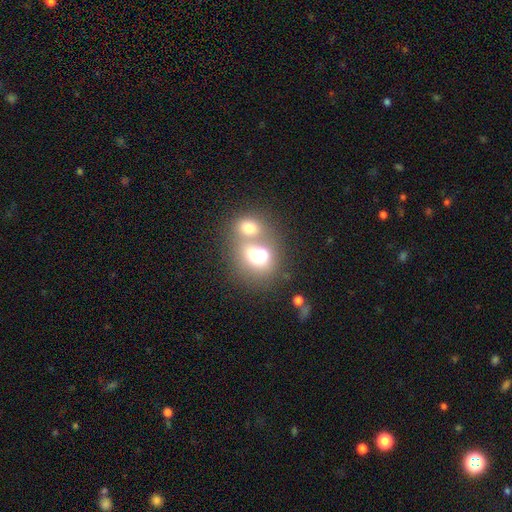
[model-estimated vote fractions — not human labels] Smooth or featured? Predicted: smooth (p=0.66). How rounded? Predicted: round (p=0.62). Merging? Predicted: merger (p=0.58).